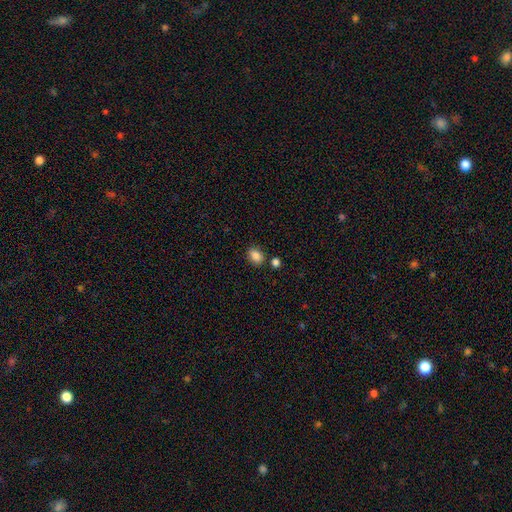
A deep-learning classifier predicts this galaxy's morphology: type=smooth (86%); roundness=in between (68%); merging=none (79%).